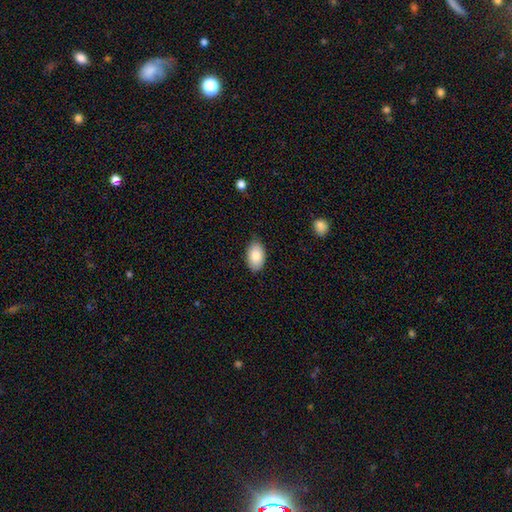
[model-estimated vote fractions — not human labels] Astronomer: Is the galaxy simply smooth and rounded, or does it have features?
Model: smooth — 84%.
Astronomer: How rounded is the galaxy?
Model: in between — 93%.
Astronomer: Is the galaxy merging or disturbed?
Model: none — 84%.